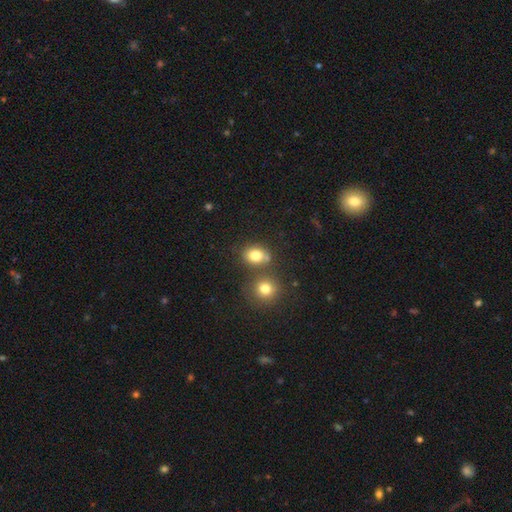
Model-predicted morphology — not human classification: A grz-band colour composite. It shows a smooth galaxy with no disk features (80%) that is round (57%). Merging: none (62%).